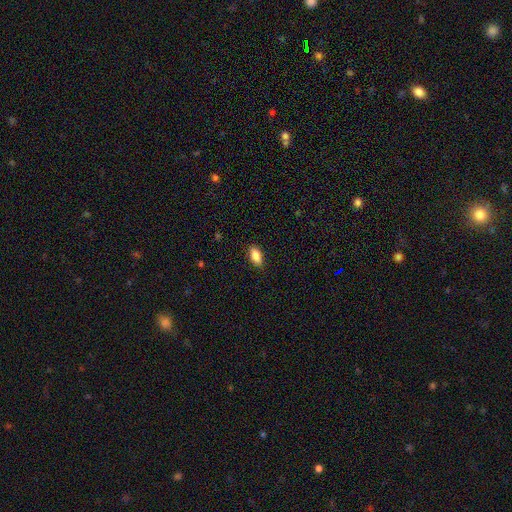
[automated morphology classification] smooth-or-featured: smooth: 87% | star or artifact: 7% | featured or disk: 6%
  how-rounded: in between: 87% | cigar-shaped: 10% | round: 3%
  merging: none: 86% | minor disturbance: 11% | major disturbance: 2% | merger: 1%